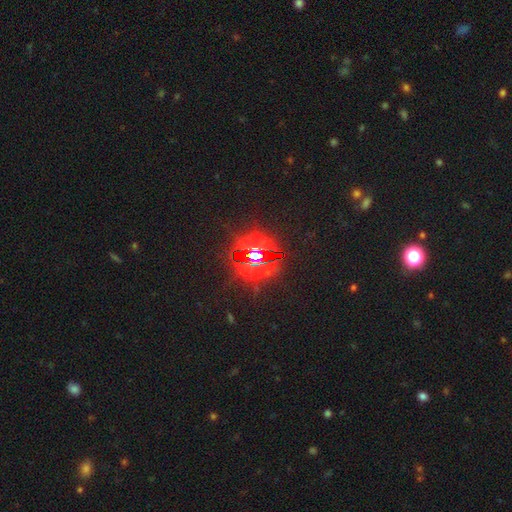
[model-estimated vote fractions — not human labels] Smooth or featured? star or artifact (80%)